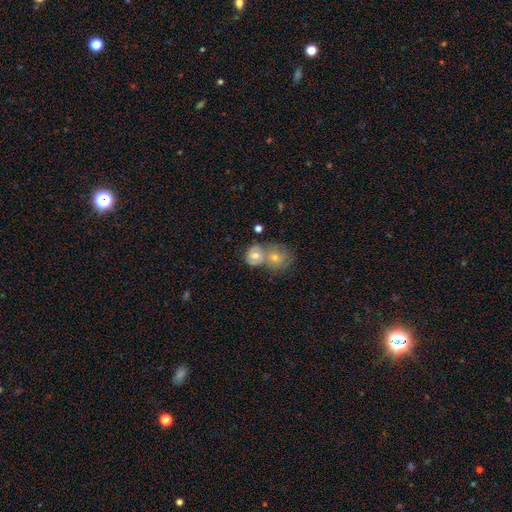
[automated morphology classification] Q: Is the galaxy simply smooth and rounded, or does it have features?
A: smooth — 52%.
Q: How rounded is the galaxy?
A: round — 68%.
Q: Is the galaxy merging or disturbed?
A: merger — 54%.